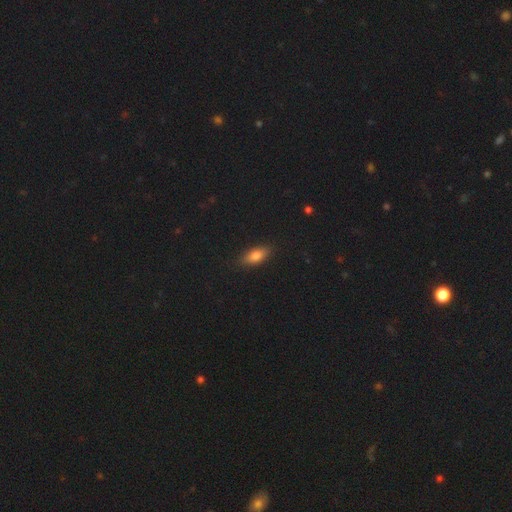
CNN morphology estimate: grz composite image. It shows a smooth galaxy with no disk features (78%) that is in between round and cigar-shaped (82%). Merging: none (86%).